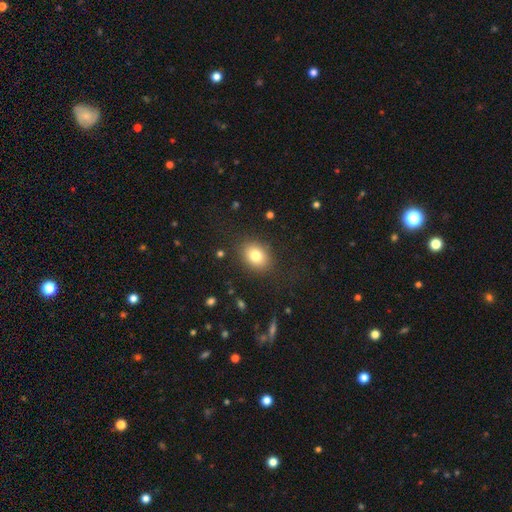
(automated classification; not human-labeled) Q: Smooth or featured?
A: smooth (79%); runner-up: star or artifact (11%)
Q: How rounded?
A: in between (56%); runner-up: round (43%)
Q: Merging?
A: none (86%); runner-up: minor disturbance (9%)